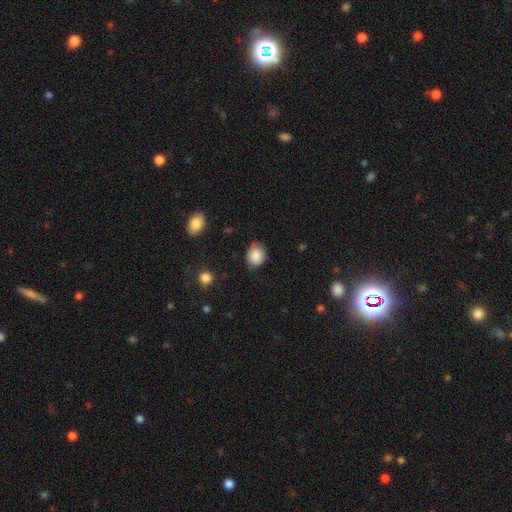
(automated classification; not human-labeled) Smooth or featured: smooth — 86% (star or artifact — 8%)
How rounded: round — 57% (in between — 42%)
Merging: none — 70% (minor disturbance — 25%)